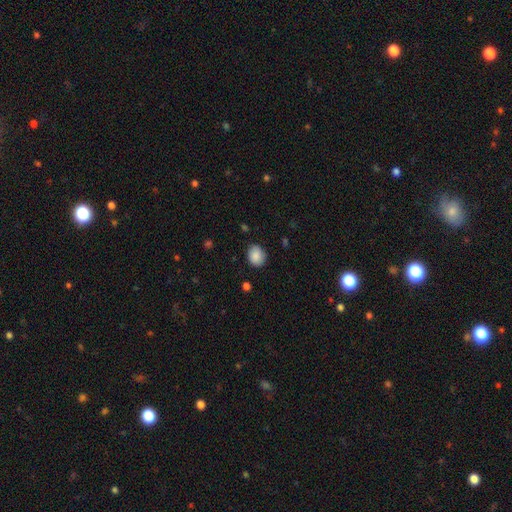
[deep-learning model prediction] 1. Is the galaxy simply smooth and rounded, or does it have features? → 88% smooth, 8% star or artifact, 4% featured or disk.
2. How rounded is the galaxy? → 51% round, 48% in between, 1% cigar-shaped.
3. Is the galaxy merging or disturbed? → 82% none, 14% minor disturbance, 3% major disturbance, 1% merger.